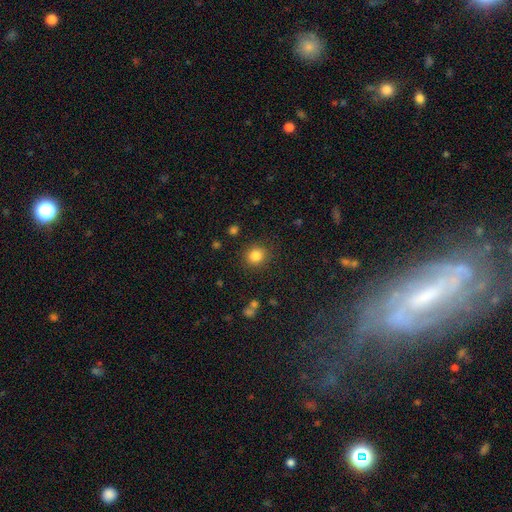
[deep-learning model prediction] Morphology: type=smooth (84%); roundness=round (86%); merging=none (88%).